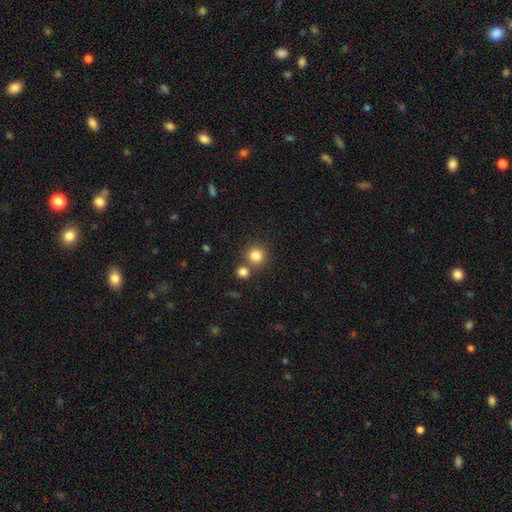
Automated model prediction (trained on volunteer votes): Q: Smooth or featured?
A: smooth (83%); runner-up: star or artifact (11%)
Q: How rounded?
A: round (93%); runner-up: in between (6%)
Q: Merging?
A: none (73%); runner-up: merger (17%)